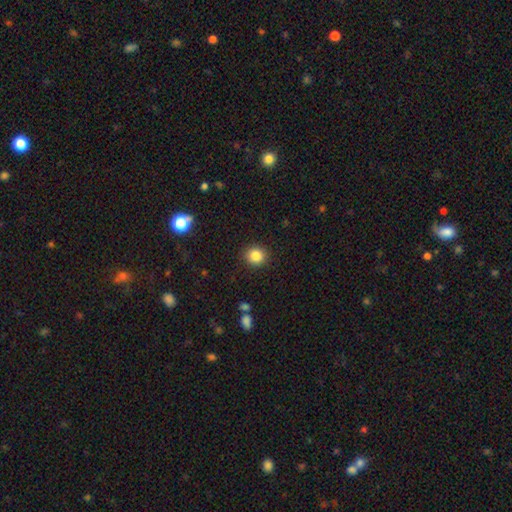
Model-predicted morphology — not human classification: smooth_or_featured: smooth (p=0.85) [alt: star or artifact p=0.10]
how_rounded: round (p=0.81) [alt: in between p=0.18]
merging: none (p=0.90) [alt: minor disturbance p=0.07]